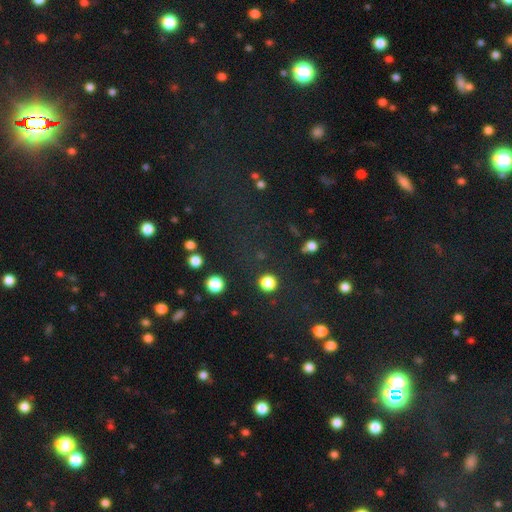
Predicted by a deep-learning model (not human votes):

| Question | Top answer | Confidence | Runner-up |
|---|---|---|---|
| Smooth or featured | star or artifact | 70% | smooth (21%) |